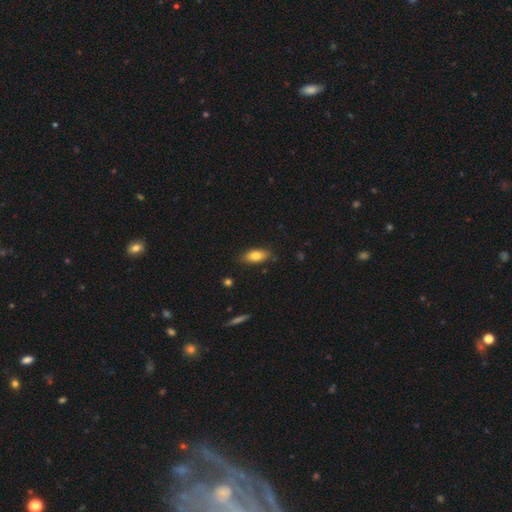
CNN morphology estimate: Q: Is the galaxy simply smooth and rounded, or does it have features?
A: smooth — 79%.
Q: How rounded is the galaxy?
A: in between — 86%.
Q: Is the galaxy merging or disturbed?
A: none — 84%.